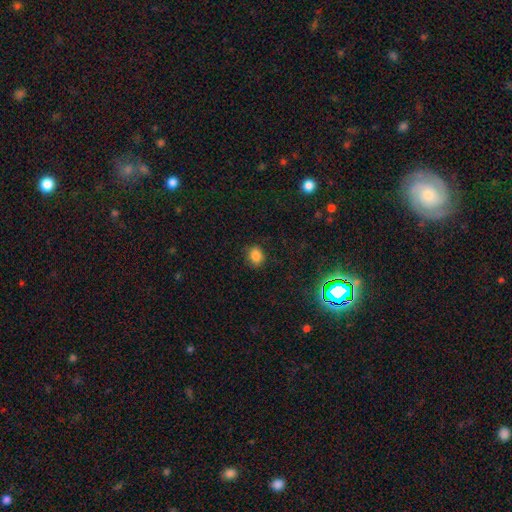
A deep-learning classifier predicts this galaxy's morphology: Q: Smooth or featured?
A: smooth (83%); runner-up: star or artifact (13%)
Q: How rounded?
A: round (61%); runner-up: in between (38%)
Q: Merging?
A: none (85%); runner-up: minor disturbance (12%)